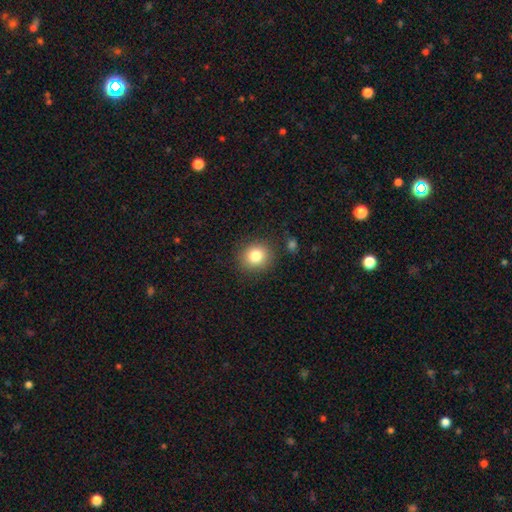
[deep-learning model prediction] smooth-or-featured: smooth: 82% | star or artifact: 10% | featured or disk: 8%
  how-rounded: round: 83% | in between: 16% | cigar-shaped: 1%
  merging: none: 86% | minor disturbance: 8% | major disturbance: 3% | merger: 2%